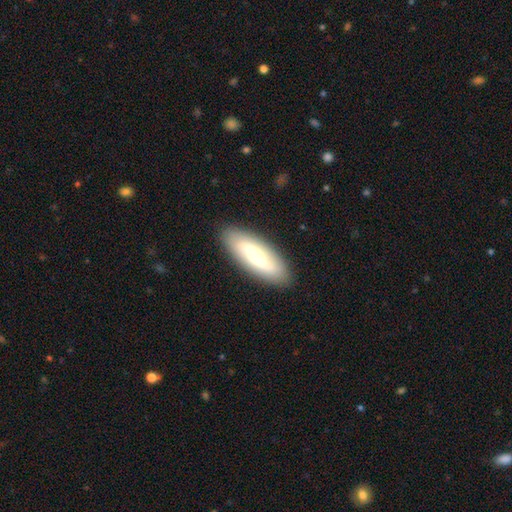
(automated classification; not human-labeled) smooth-or-featured: smooth: 50% | featured or disk: 44% | star or artifact: 7%
  merging: none: 89% | minor disturbance: 8% | major disturbance: 2% | merger: 1%